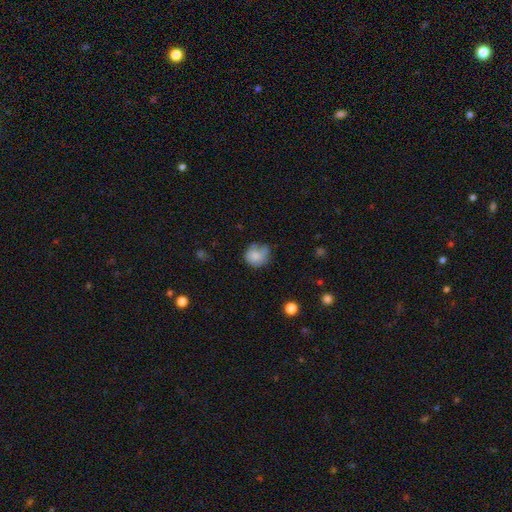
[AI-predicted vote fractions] A smooth galaxy with no disk features (78%) that is round (75%).

Vote fractions:
- Smooth or featured? smooth: 78% / featured or disk: 13% / star or artifact: 9%
- How rounded? round: 75% / in between: 24% / cigar-shaped: 1%
- Merging? none: 46% / minor disturbance: 32% / major disturbance: 13% / merger: 9%